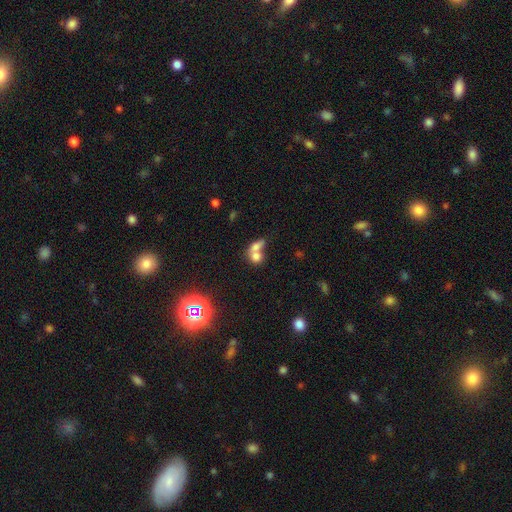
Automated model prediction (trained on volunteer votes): smooth 70%, featured or disk 18%, star or artifact 12%. Down the decision tree: how rounded — in between (51%); merging — merger (67%).